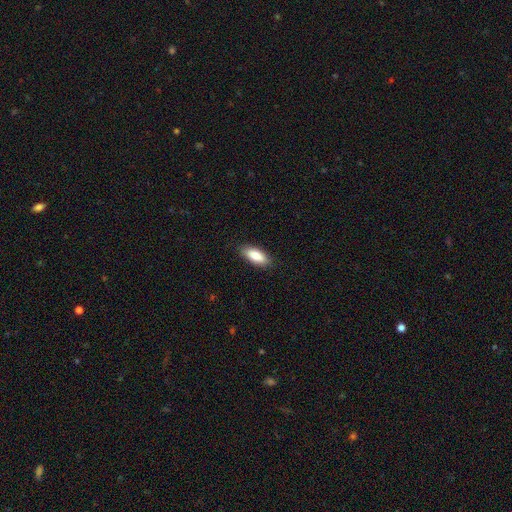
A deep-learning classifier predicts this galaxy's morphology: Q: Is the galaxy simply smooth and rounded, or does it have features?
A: smooth — 85%.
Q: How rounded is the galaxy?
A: in between — 82%.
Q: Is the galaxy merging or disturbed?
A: none — 87%.